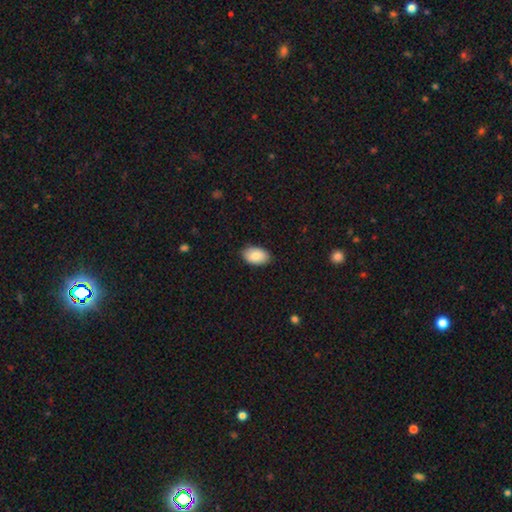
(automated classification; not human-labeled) Smooth or featured? smooth (87%)
How rounded? in between (92%)
Merging? none (87%)